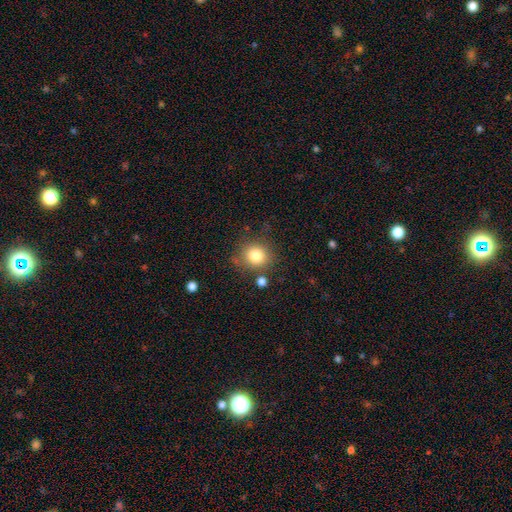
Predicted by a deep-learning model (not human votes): Q: Smooth or featured?
A: smooth (82%); runner-up: star or artifact (11%)
Q: How rounded?
A: round (86%); runner-up: in between (13%)
Q: Merging?
A: none (77%); runner-up: minor disturbance (12%)